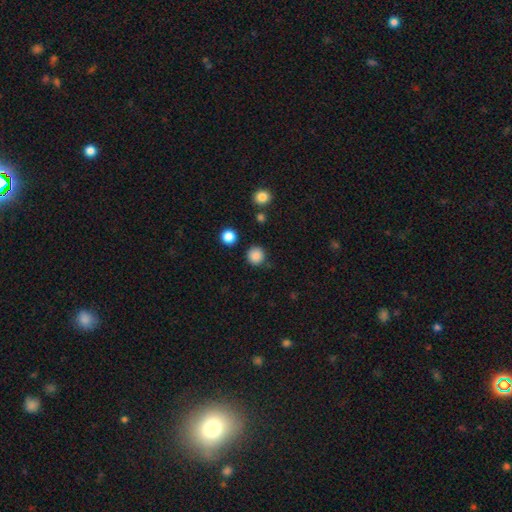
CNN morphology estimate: This appears to be a smooth galaxy with no disk features (86%) that is round (93%). Merging: none (86%).